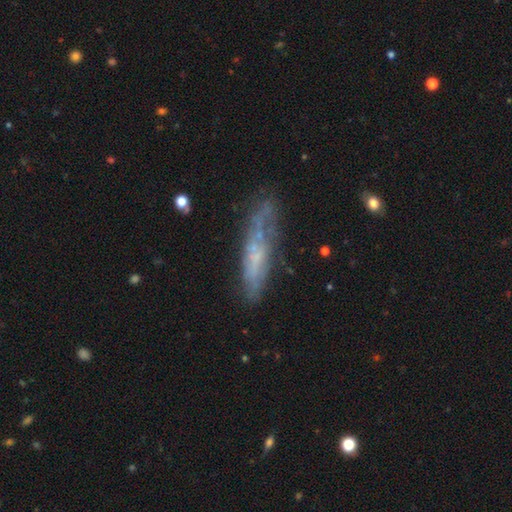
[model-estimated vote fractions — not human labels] A featured or disk galaxy (53%) viewed edge-on (50%, tied with no). Merging: none (61%).